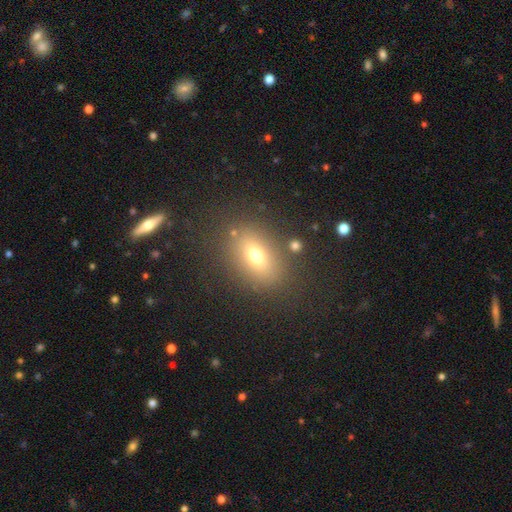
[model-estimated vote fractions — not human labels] Smooth or featured? Predicted: smooth (p=0.68). How rounded? Predicted: in between (p=0.75). Merging? Predicted: none (p=0.81).